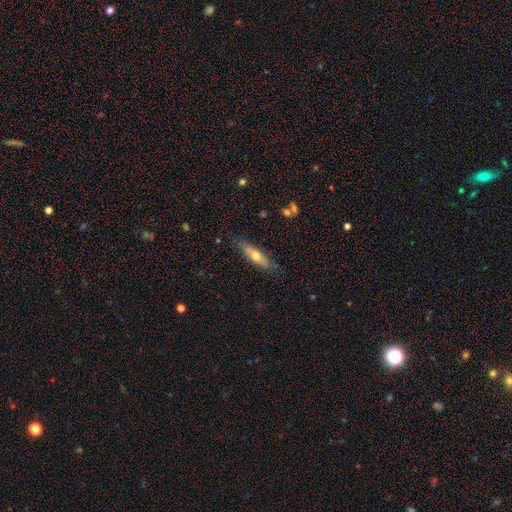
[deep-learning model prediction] smooth_or_featured: smooth (p=0.56) [alt: featured or disk p=0.37]
how_rounded: cigar-shaped (p=0.68) [alt: in between p=0.30]
merging: none (p=0.82) [alt: minor disturbance p=0.14]